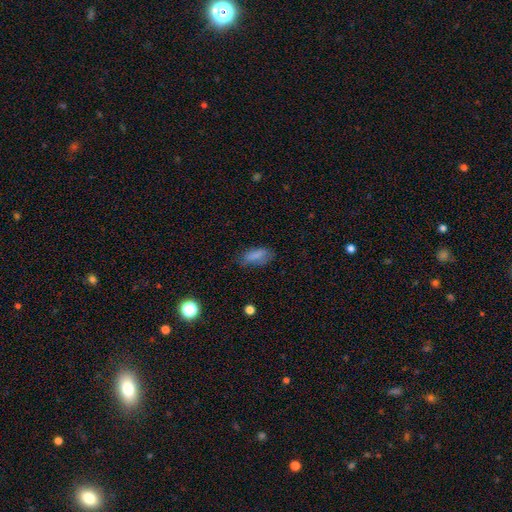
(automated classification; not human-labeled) Smooth or featured? Predicted: smooth (p=0.79). How rounded? Predicted: in between (p=0.83). Merging? Predicted: none (p=0.64).